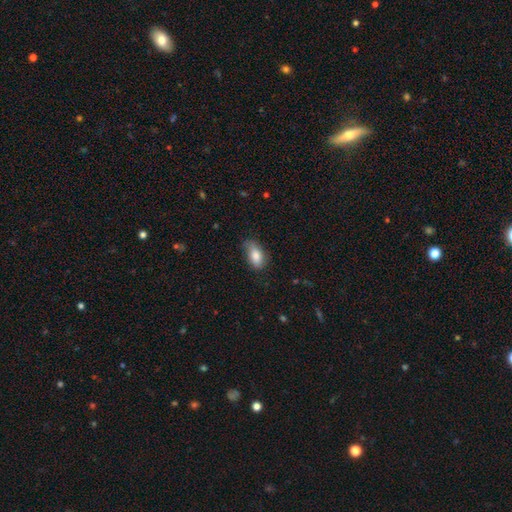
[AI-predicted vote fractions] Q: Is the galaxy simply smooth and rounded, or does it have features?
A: smooth — 83%.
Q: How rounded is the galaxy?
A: in between — 90%.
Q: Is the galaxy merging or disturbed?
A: none — 61%.